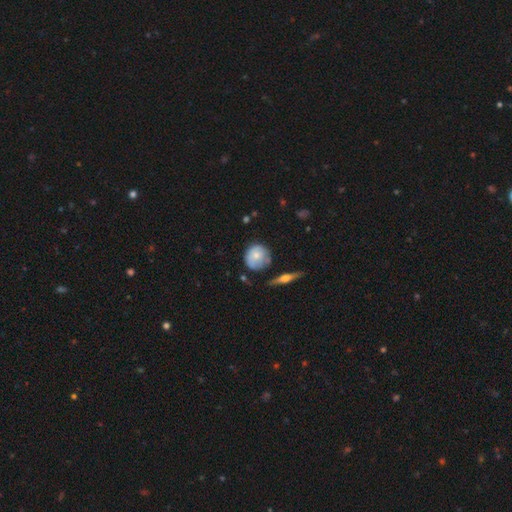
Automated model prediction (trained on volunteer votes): Smooth or featured? Predicted: smooth (p=0.63). How rounded? Predicted: round (p=0.83). Merging? Predicted: none (p=0.57).